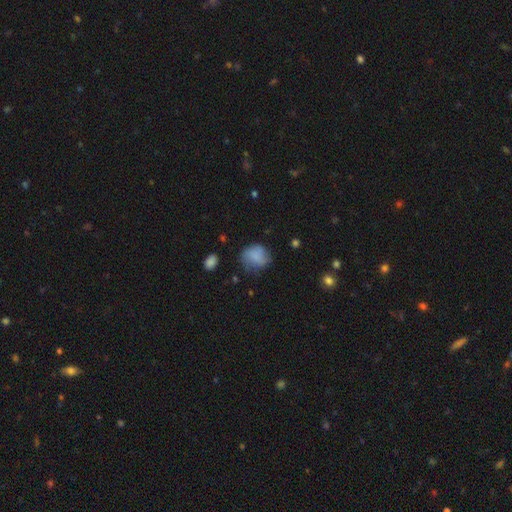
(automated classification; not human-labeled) Smooth or featured? smooth (71%)
How rounded? round (65%)
Merging? none (53%)